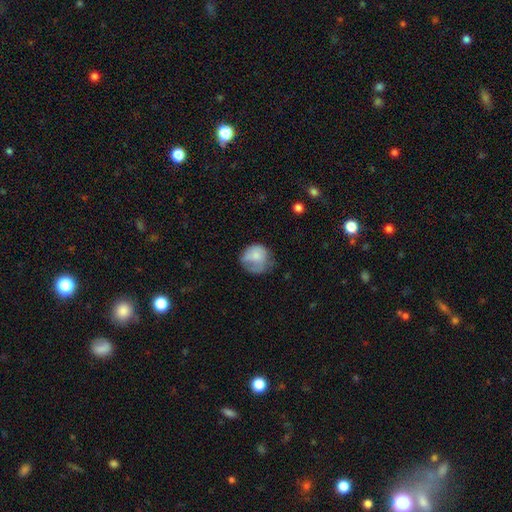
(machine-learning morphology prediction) type=smooth (71%); roundness=round (77%); merging=none (42%).